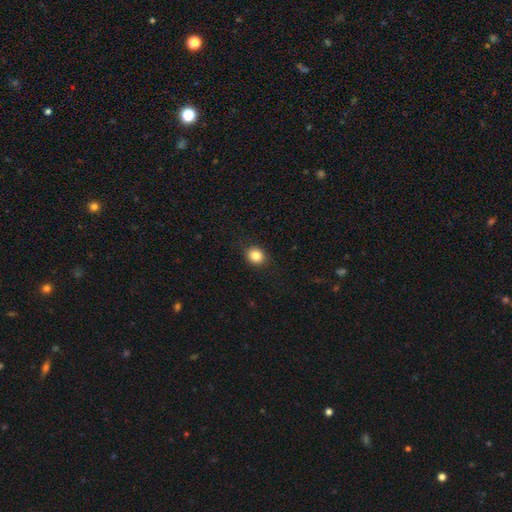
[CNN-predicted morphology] A smooth galaxy with no disk features (84%) that is round (68%). Merging: none (88%).